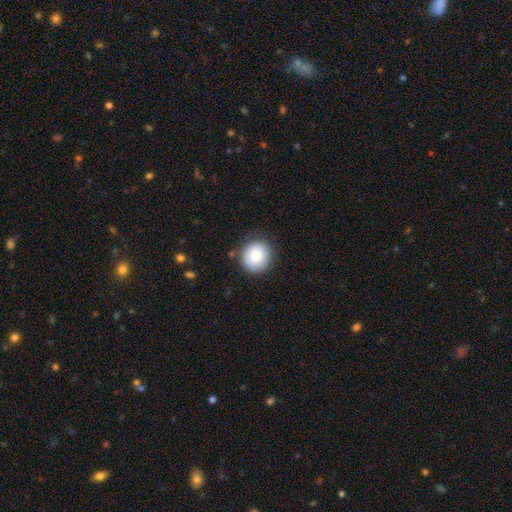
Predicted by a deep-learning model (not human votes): Overall: smooth (84%). How rounded: round (90%). Merging: none (83%).